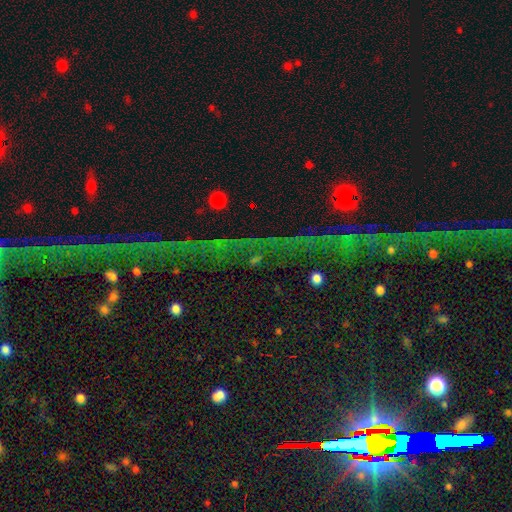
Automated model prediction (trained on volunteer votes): The model was most divided on "smooth or featured": star or artifact: 75%, featured or disk: 13%, smooth: 12%.